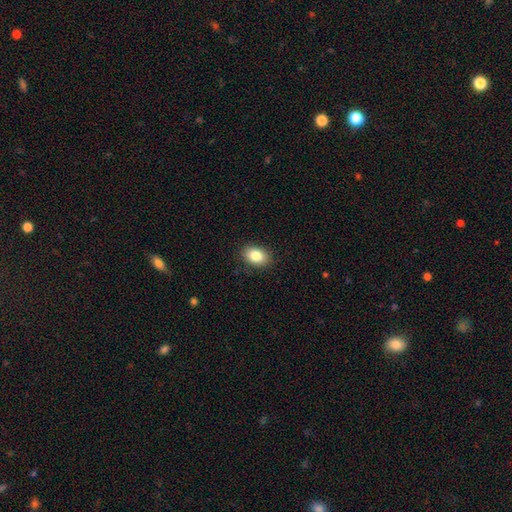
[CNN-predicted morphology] Q: Smooth or featured?
A: smooth (85%); runner-up: star or artifact (8%)
Q: How rounded?
A: in between (80%); runner-up: round (19%)
Q: Merging?
A: none (88%); runner-up: minor disturbance (9%)